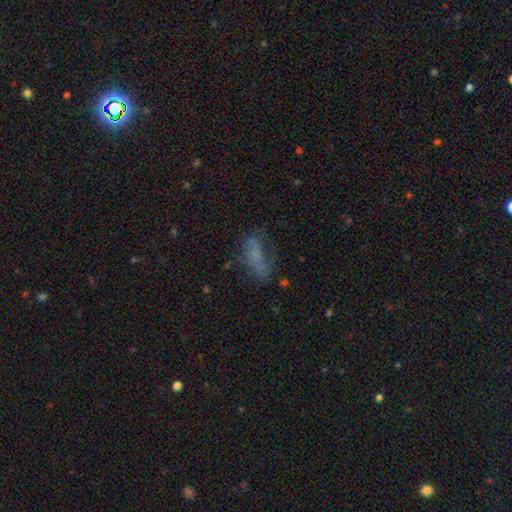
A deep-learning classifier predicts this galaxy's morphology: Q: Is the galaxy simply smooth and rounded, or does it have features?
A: smooth — 60%.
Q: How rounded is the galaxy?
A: in between — 69%.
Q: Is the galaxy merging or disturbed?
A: none — 48%.